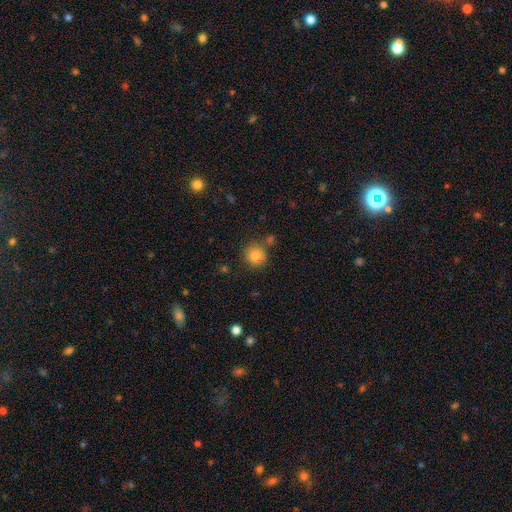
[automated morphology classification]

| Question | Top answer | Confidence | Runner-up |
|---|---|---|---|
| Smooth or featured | smooth | 80% | star or artifact (12%) |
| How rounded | round | 91% | in between (8%) |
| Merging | none | 74% | minor disturbance (13%) |